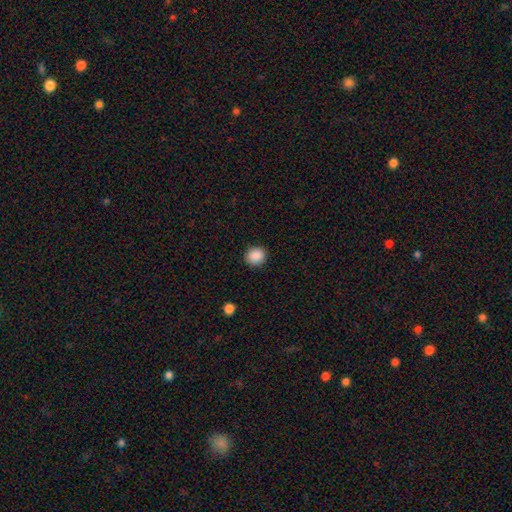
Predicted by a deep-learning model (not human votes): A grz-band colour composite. It shows a smooth galaxy with no disk features (89%) that is round (84%). Merging: none (90%).